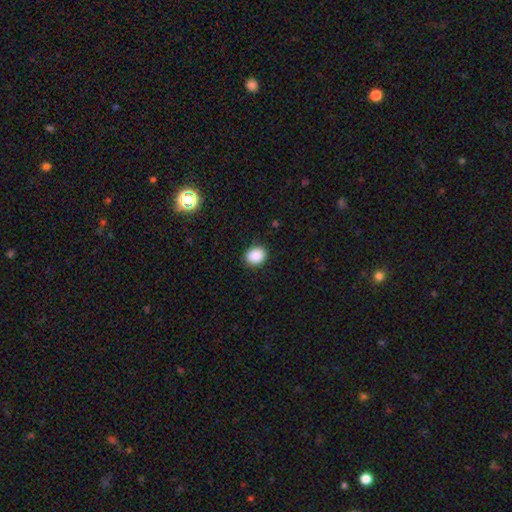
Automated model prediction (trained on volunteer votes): Smooth or featured? smooth (88%)
How rounded? round (59%)
Merging? none (89%)